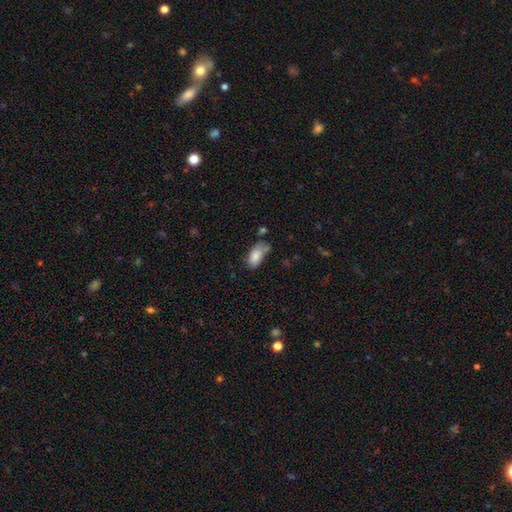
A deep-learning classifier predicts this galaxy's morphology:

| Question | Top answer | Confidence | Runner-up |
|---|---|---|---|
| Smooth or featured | smooth | 80% | featured or disk (12%) |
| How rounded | in between | 92% | round (4%) |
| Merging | none | 41% | minor disturbance (33%) |